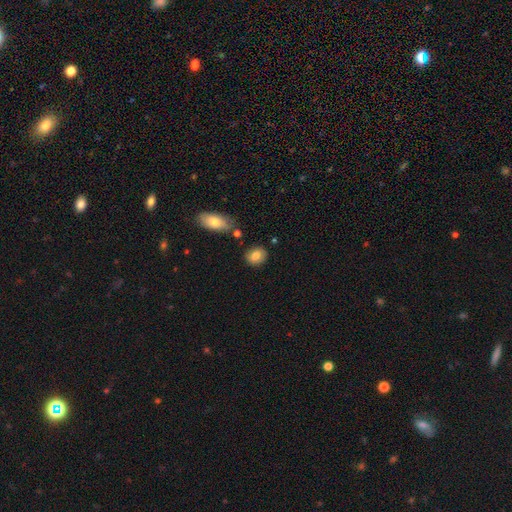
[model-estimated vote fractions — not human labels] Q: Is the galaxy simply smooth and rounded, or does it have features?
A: smooth — 81%.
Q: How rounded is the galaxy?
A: round — 54%.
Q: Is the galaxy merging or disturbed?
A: none — 84%.